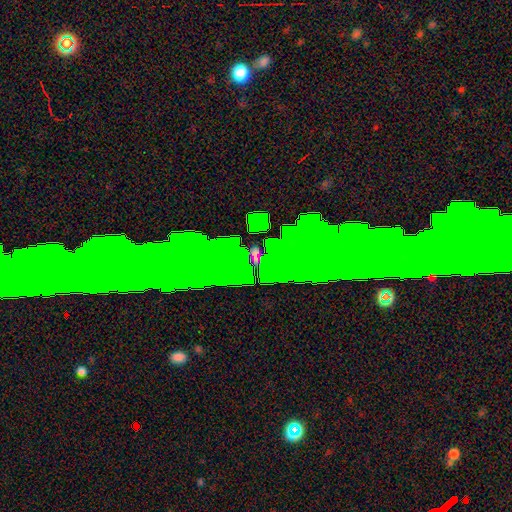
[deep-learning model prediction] Morphology: type=star or artifact (77%).